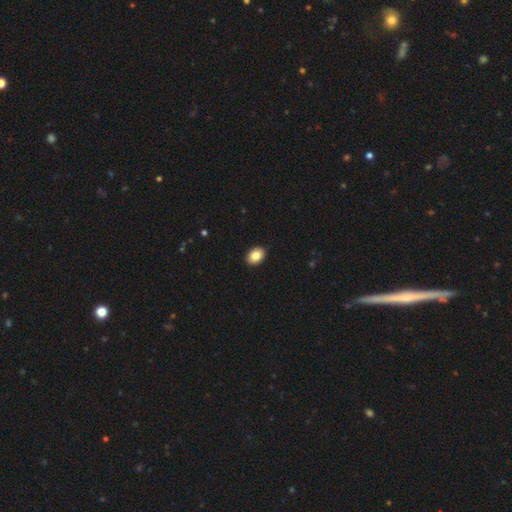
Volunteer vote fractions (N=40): Overall: smooth (88%). How rounded: in between (86%). Merging: none (95%).